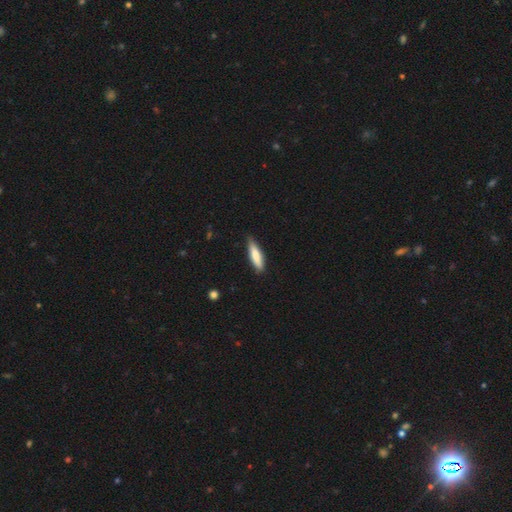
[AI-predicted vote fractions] The model was most divided on "how rounded": cigar-shaped: 72%, in between: 26%, round: 1%. More confident: merging — none (82%); smooth or featured — smooth (76%).